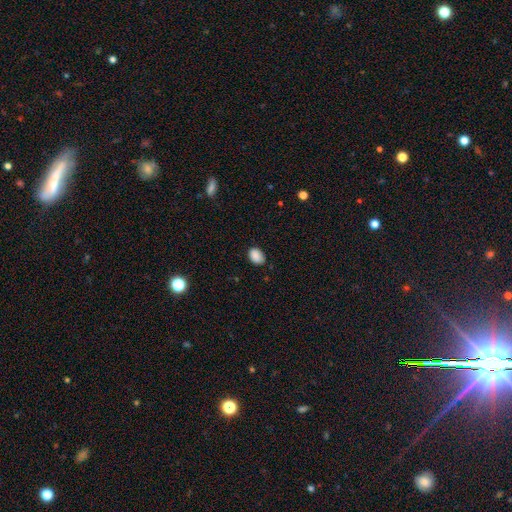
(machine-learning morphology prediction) A smooth galaxy with no disk features (88%) that is in between round and cigar-shaped (77%).

Vote fractions:
- Smooth or featured? smooth: 88% / star or artifact: 8% / featured or disk: 4%
- How rounded? in between: 77% / round: 22% / cigar-shaped: 1%
- Merging? none: 79% / minor disturbance: 17% / major disturbance: 3% / merger: 1%